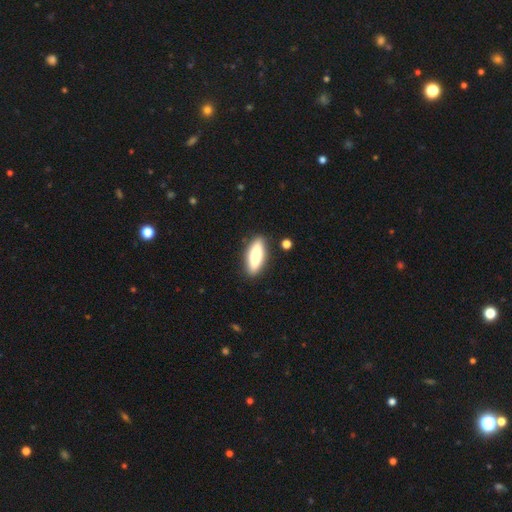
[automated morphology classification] A smooth galaxy with no disk features (69%) that is in between round and cigar-shaped (51%). Merging: none (87%).